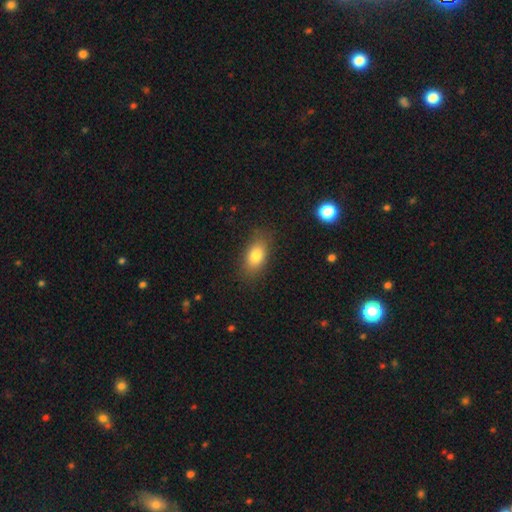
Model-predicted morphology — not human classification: The model was most divided on "merging": none: 82%, minor disturbance: 12%, major disturbance: 4%, merger: 1%. More confident: how rounded — in between (86%); smooth or featured — smooth (81%).